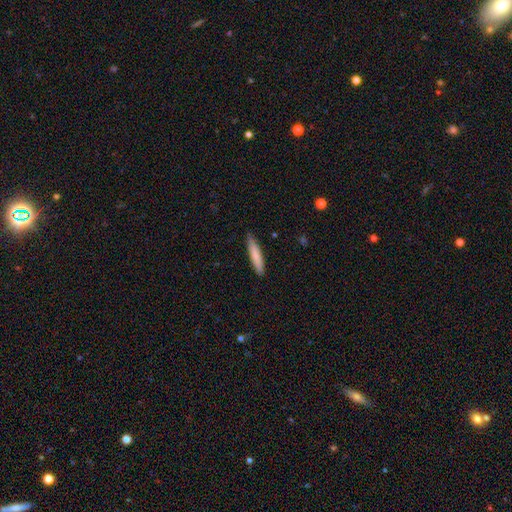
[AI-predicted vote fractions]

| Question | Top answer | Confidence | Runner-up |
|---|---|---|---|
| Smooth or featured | smooth | 78% | featured or disk (16%) |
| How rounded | cigar-shaped | 90% | in between (9%) |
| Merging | none | 87% | minor disturbance (10%) |